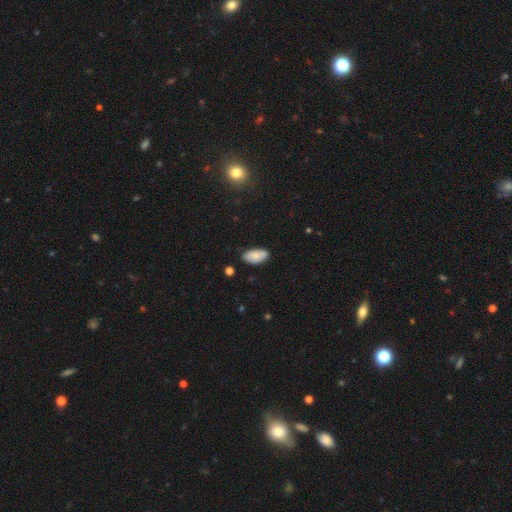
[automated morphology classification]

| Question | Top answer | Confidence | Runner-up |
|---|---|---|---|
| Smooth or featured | smooth | 79% | featured or disk (13%) |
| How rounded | in between | 94% | cigar-shaped (3%) |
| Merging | none | 81% | minor disturbance (15%) |